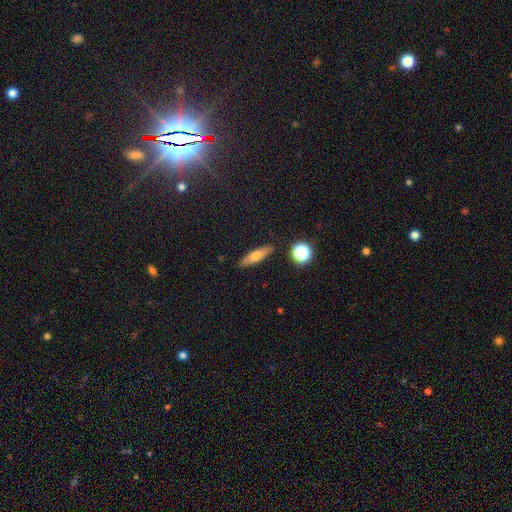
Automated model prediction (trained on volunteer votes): Morphology: type=smooth (63%); roundness=cigar-shaped (65%); merging=none (88%).